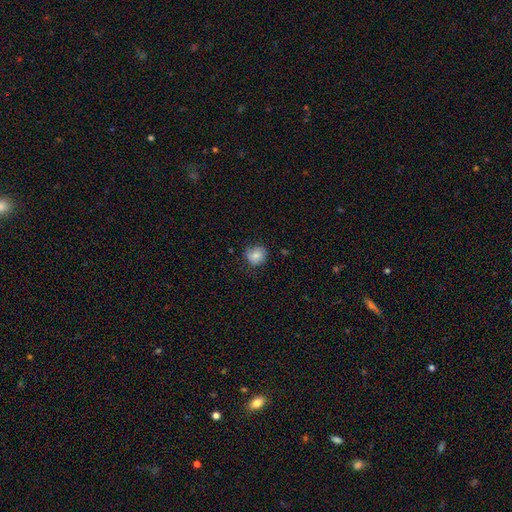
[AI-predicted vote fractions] smooth_or_featured: smooth (p=0.82) [alt: featured or disk p=0.09]
how_rounded: round (p=0.82) [alt: in between p=0.17]
merging: none (p=0.73) [alt: minor disturbance p=0.21]